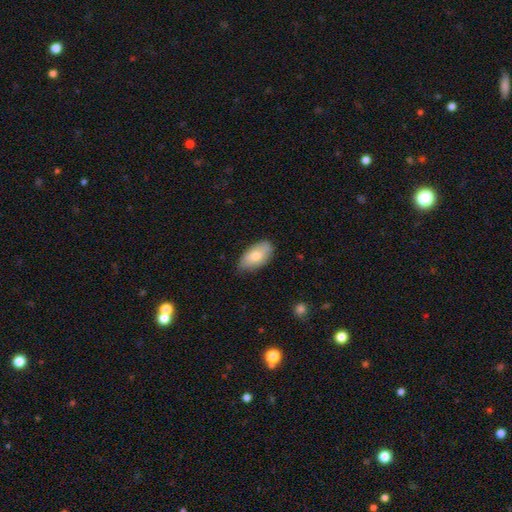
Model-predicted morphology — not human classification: Overall: smooth (77%). How rounded: in between (94%). Merging: none (75%).